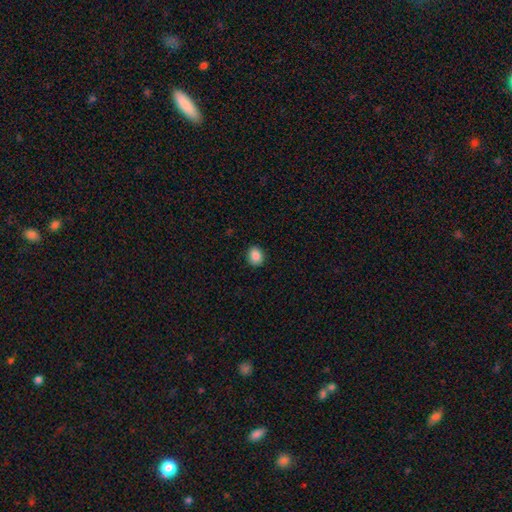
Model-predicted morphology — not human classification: type=smooth (88%); roundness=round (53%); merging=none (88%).